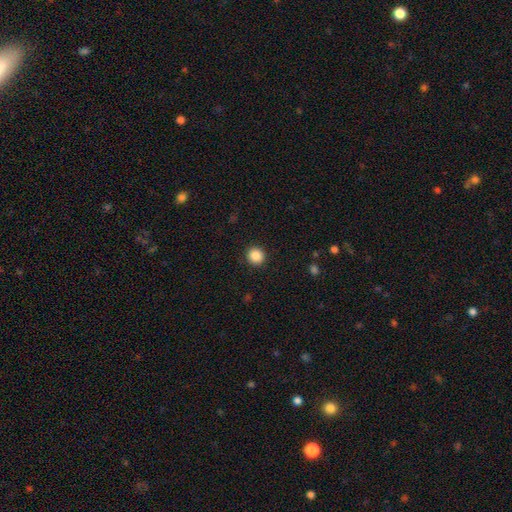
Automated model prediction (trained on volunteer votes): The model was most divided on "smooth or featured": smooth: 87%, star or artifact: 10%, featured or disk: 3%. More confident: merging — none (92%); how rounded — round (91%).